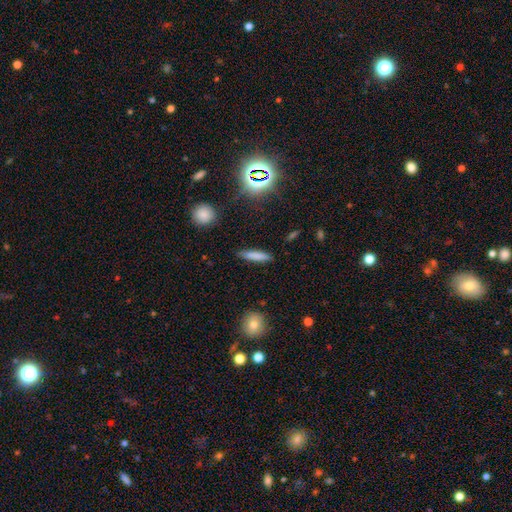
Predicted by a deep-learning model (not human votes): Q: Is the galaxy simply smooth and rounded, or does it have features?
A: smooth — 78%.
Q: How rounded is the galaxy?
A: cigar-shaped — 84%.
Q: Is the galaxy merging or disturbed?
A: none — 87%.